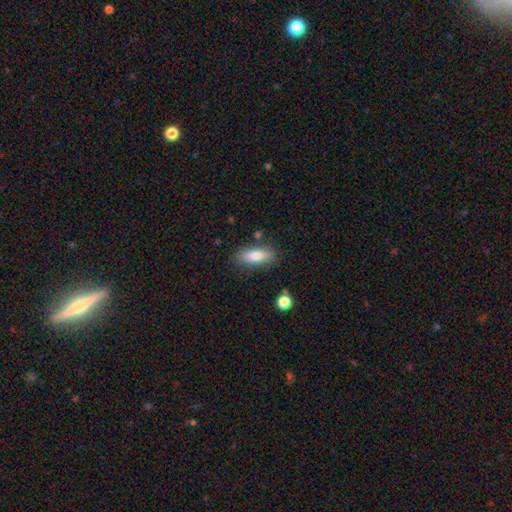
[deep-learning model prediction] Smooth or featured? Predicted: smooth (p=0.80). How rounded? Predicted: in between (p=0.73). Merging? Predicted: none (p=0.80).